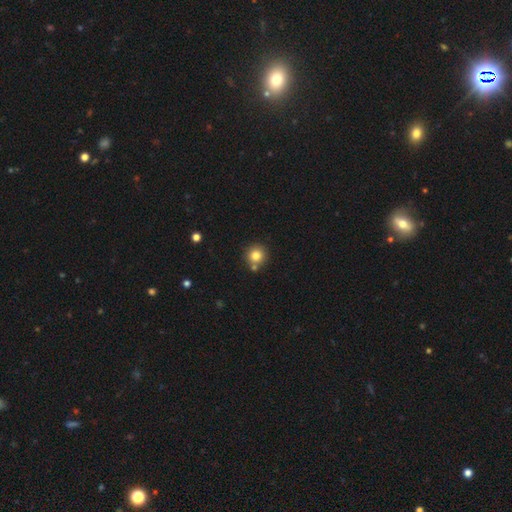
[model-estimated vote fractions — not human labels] Smooth or featured?
  - smooth: 81% *
  - star or artifact: 11%
  - featured or disk: 8%
How rounded?
  - round: 93% *
  - in between: 6%
  - cigar-shaped: 1%
Merging?
  - none: 73% *
  - merger: 15%
  - minor disturbance: 9%
  - major disturbance: 2%